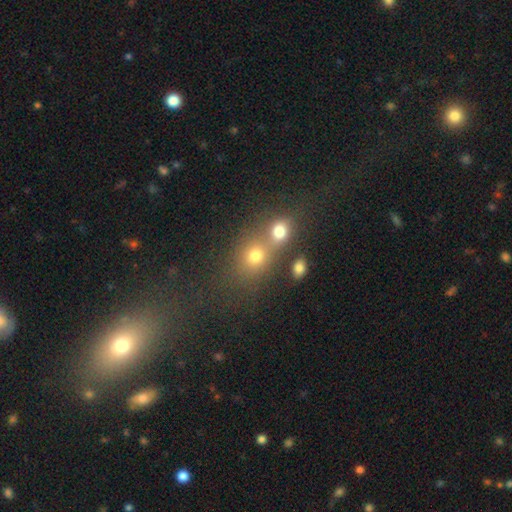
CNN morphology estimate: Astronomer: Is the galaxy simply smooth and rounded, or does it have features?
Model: smooth — 70%.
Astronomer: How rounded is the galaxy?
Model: round — 70%.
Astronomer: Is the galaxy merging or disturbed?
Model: merger — 52% (runner-up: none, 36%).